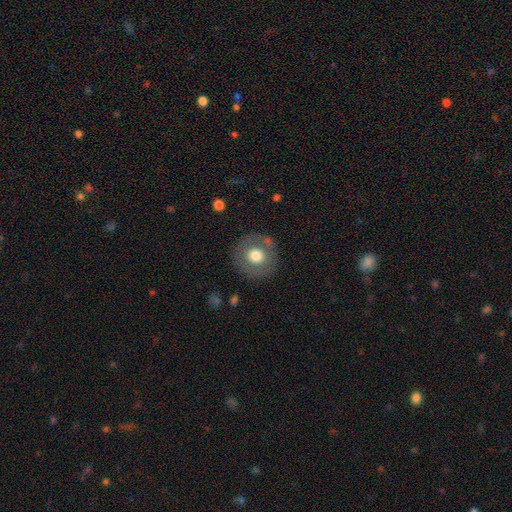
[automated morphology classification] smooth-or-featured: smooth: 65% | featured or disk: 27% | star or artifact: 8%
  how-rounded: round: 94% | in between: 5% | cigar-shaped: 1%
  merging: none: 85% | minor disturbance: 9% | major disturbance: 4% | merger: 2%